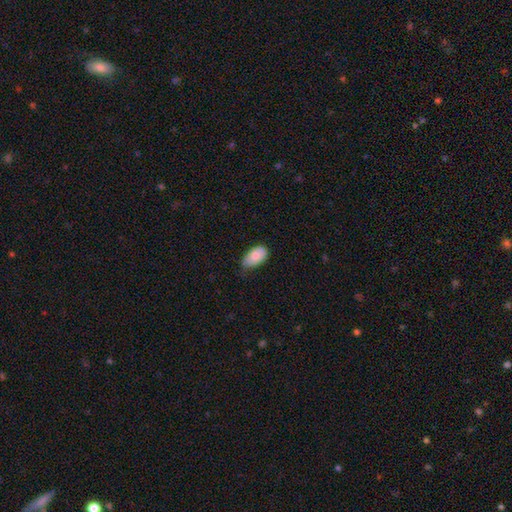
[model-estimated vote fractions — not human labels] Q: Smooth or featured?
A: smooth (82%); runner-up: featured or disk (12%)
Q: How rounded?
A: in between (94%); runner-up: round (5%)
Q: Merging?
A: minor disturbance (49%); runner-up: none (40%)